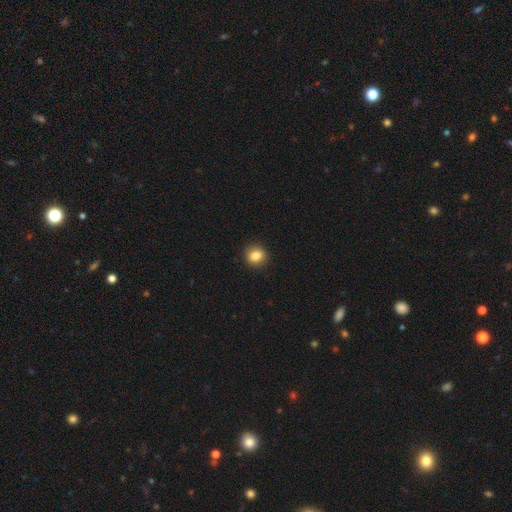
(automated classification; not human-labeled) Smooth or featured? smooth (83%)
How rounded? round (80%)
Merging? none (91%)